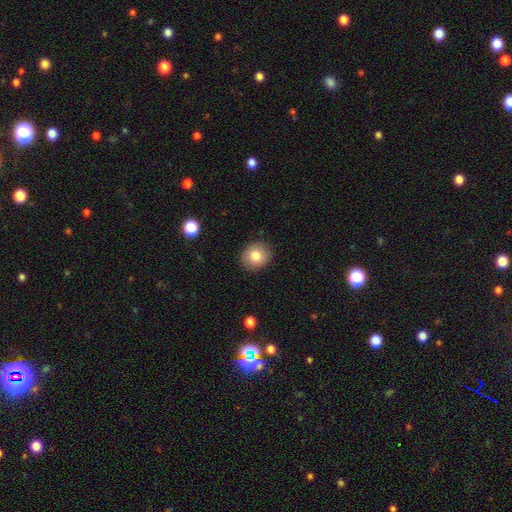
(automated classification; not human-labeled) A smooth galaxy with no disk features (81%) that is round (73%). Merging: none (89%).